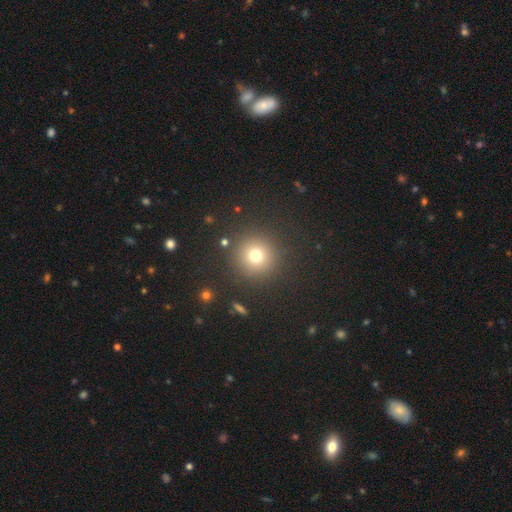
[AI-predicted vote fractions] Morphology: type=smooth (74%); roundness=round (95%); merging=none (89%).